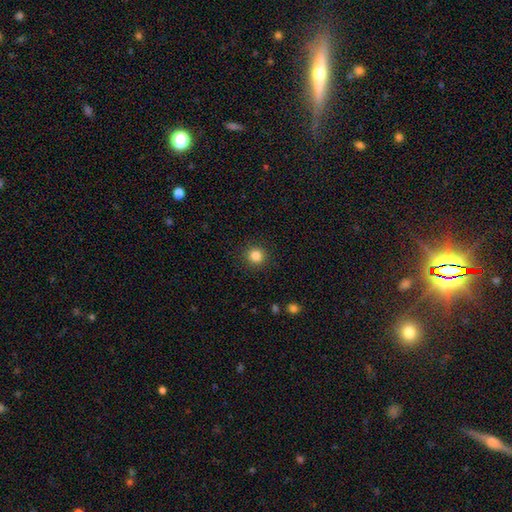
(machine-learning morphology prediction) A smooth galaxy with no disk features (85%) that is round (94%). Merging: none (92%).